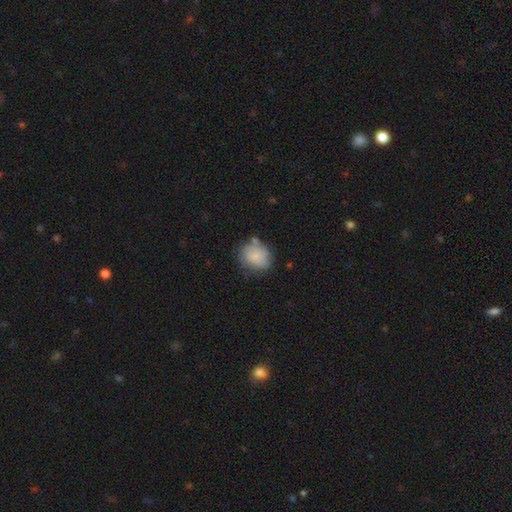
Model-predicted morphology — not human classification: smooth-or-featured: smooth: 68% | featured or disk: 24% | star or artifact: 8%
  how-rounded: round: 61% | in between: 38% | cigar-shaped: 1%
  merging: none: 56% | minor disturbance: 27% | major disturbance: 9% | merger: 8%